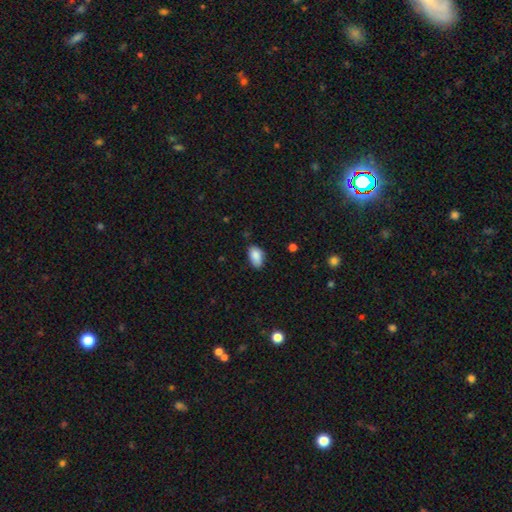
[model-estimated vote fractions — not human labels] smooth_or_featured: smooth (p=0.87) [alt: star or artifact p=0.08]
how_rounded: in between (p=0.92) [alt: round p=0.06]
merging: none (p=0.72) [alt: minor disturbance p=0.23]